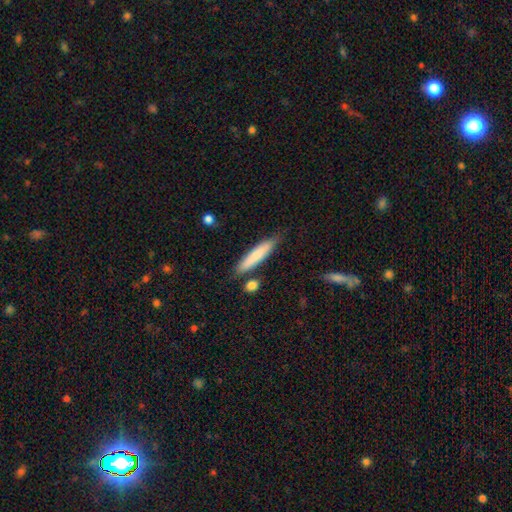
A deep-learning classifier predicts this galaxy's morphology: smooth 77%, featured or disk 17%, star or artifact 6%. Down the decision tree: how rounded — cigar-shaped (87%); merging — none (79%).